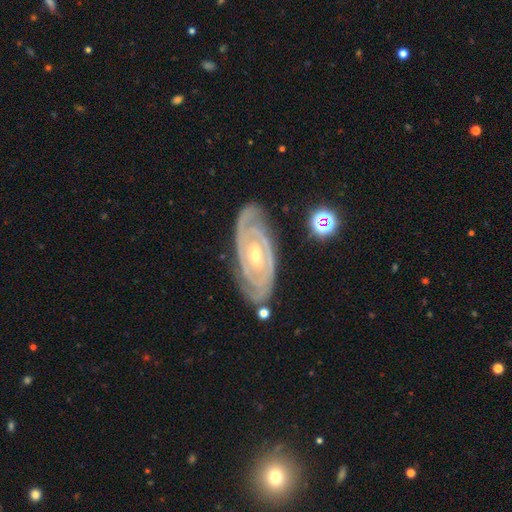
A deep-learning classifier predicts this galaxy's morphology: Smooth or featured? featured or disk (91%)
Edge-on disk? no (95%)
Bar? no (41%)
Spiral arms? yes (98%)
Spiral winding? tight (80%)
Spiral arm count? 2 (69%)
Bulge size? small (71%)
Merging? none (78%)